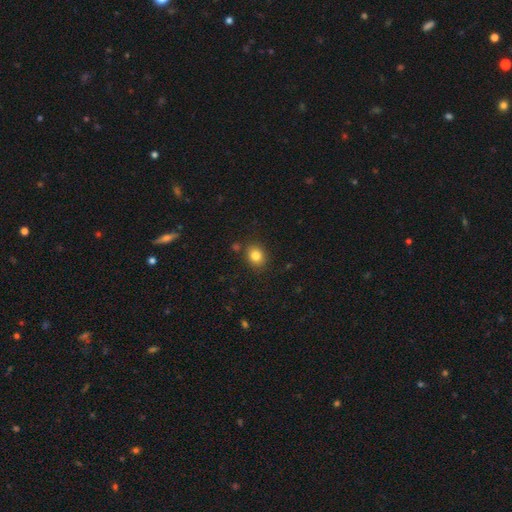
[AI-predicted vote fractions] This appears to be a smooth galaxy with no disk features (83%) that is round (61%). Merging: none (84%).